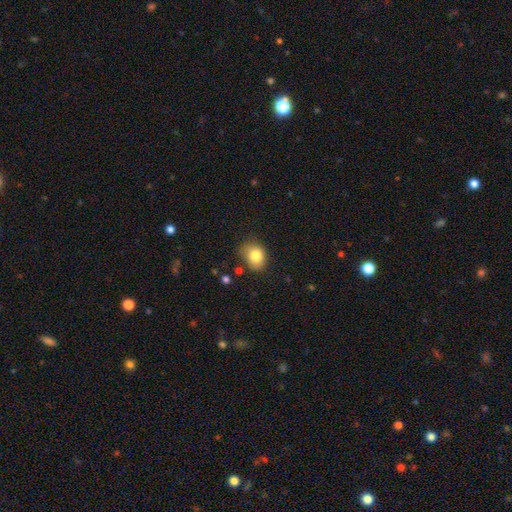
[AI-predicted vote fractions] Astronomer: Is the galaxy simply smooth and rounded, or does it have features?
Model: smooth — 80%.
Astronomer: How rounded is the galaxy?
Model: in between — 50% (runner-up: round, 49%).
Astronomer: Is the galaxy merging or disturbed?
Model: none — 64%.